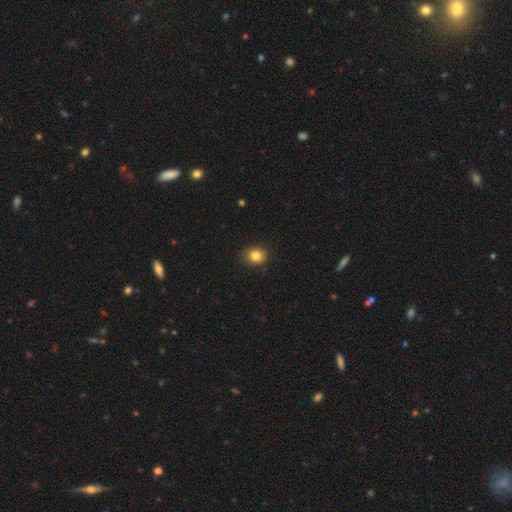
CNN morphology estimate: Overall: smooth (83%). How rounded: round (62%; in between 37%). Merging: none (85%).